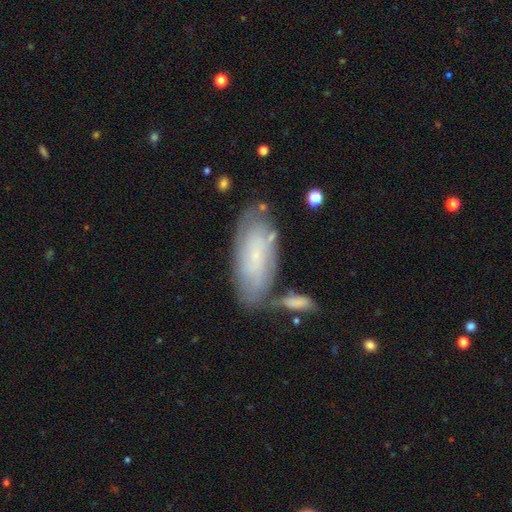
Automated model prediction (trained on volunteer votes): The model was most divided on "smooth or featured": featured or disk: 52%, smooth: 40%, star or artifact: 7%. More confident: edge-on disk — no (88%); merging — none (61%).